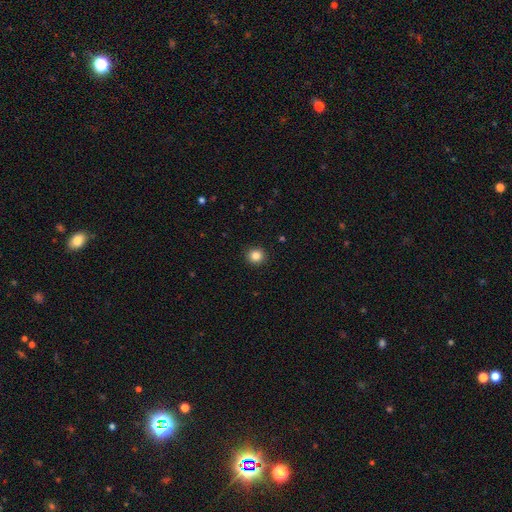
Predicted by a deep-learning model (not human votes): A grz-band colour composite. It shows a smooth galaxy with no disk features (85%) that is round (92%). Merging: none (92%).